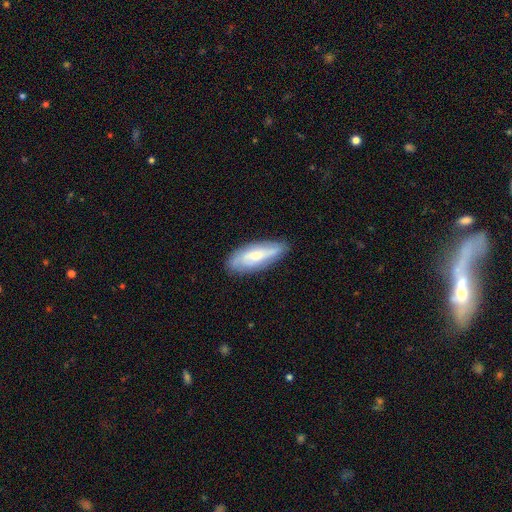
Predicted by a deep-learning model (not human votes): Smooth or featured? Predicted: smooth (p=0.47). Merging? Predicted: none (p=0.80).